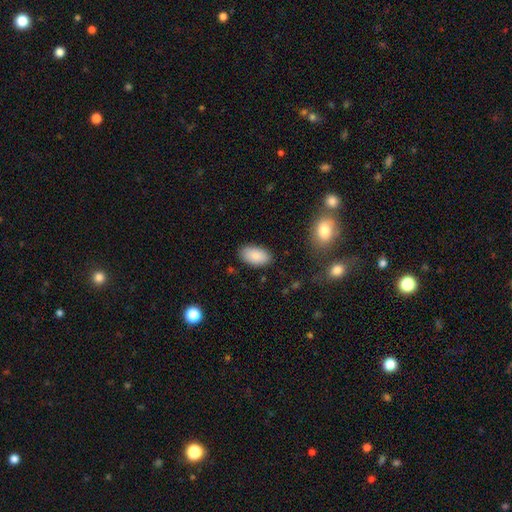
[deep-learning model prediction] smooth_or_featured: smooth (p=0.87) [alt: star or artifact p=0.07]
how_rounded: in between (p=0.95) [alt: round p=0.03]
merging: none (p=0.85) [alt: minor disturbance p=0.11]